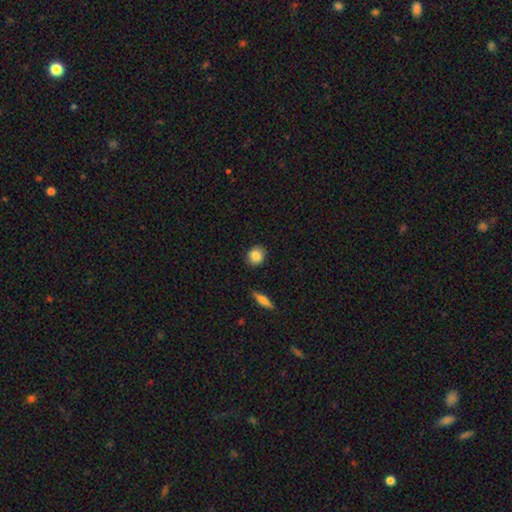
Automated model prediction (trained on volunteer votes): Smooth or featured? Predicted: smooth (p=0.86). How rounded? Predicted: round (p=0.76). Merging? Predicted: none (p=0.87).